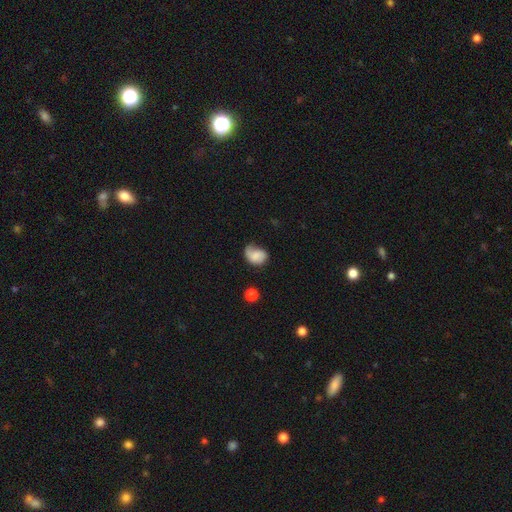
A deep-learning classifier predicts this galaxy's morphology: Q: Smooth or featured?
A: smooth (64%); runner-up: featured or disk (27%)
Q: How rounded?
A: in between (62%); runner-up: round (37%)
Q: Merging?
A: none (40%); runner-up: minor disturbance (37%)